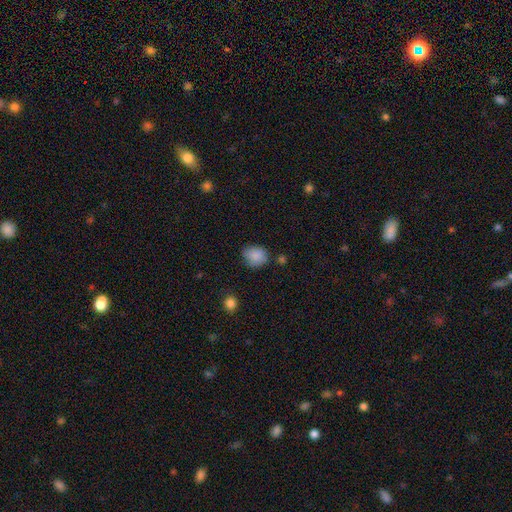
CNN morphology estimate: type=smooth (86%); roundness=round (56%); merging=none (67%).